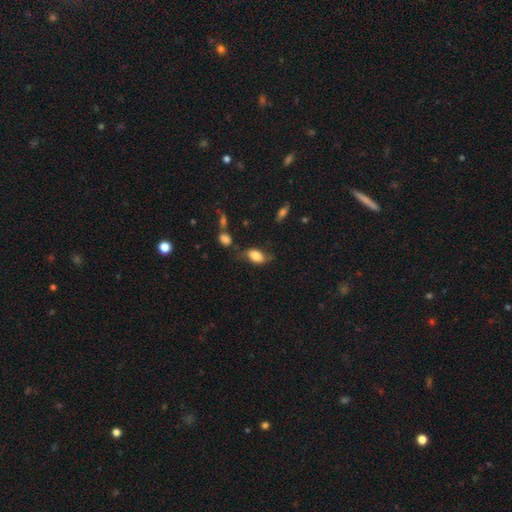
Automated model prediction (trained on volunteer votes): smooth_or_featured: smooth (p=0.79) [alt: featured or disk p=0.14]
how_rounded: in between (p=0.90) [alt: round p=0.06]
merging: none (p=0.55) [alt: minor disturbance p=0.28]